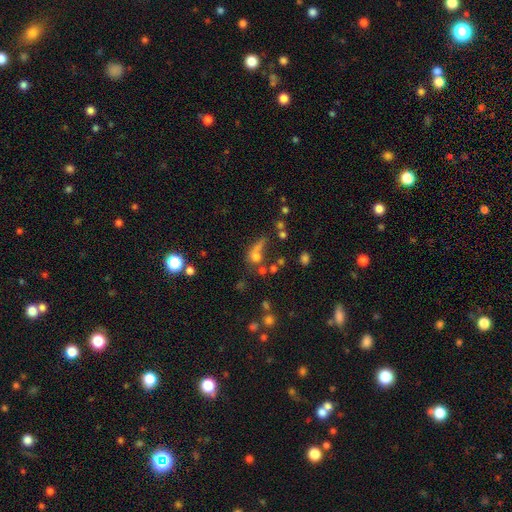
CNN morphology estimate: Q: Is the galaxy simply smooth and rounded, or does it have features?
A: smooth — 58%.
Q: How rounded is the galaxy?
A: round — 52%.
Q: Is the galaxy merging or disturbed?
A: none — 32%.